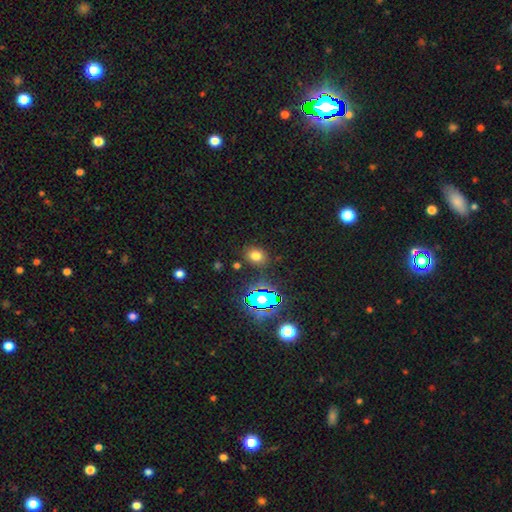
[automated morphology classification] Smooth or featured?
  - smooth: 70% *
  - star or artifact: 23%
  - featured or disk: 7%
How rounded?
  - in between: 55% *
  - round: 44%
  - cigar-shaped: 1%
Merging?
  - none: 84% *
  - minor disturbance: 10%
  - major disturbance: 3%
  - merger: 3%